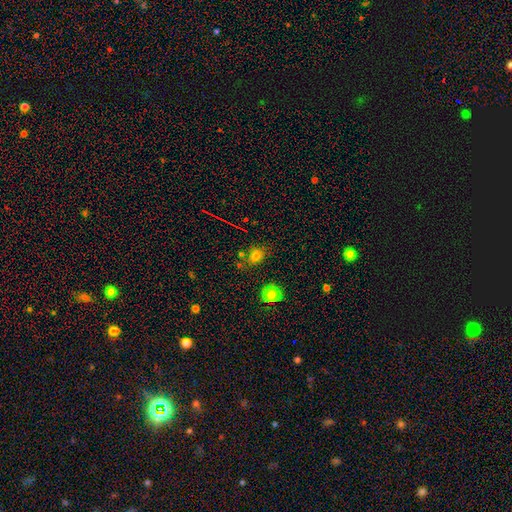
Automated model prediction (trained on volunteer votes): Overall: smooth (74%). How rounded: round (57%; in between 42%). Merging: none (74%).